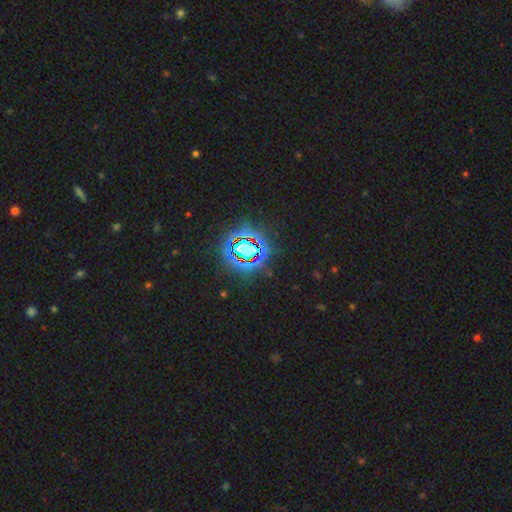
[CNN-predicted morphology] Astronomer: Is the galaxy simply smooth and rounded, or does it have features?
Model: star or artifact — 78%.